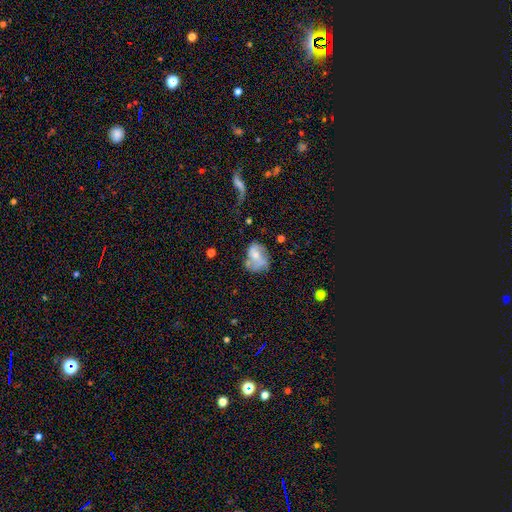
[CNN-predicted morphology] Smooth or featured? featured or disk (49%)
Merging? none (42%)